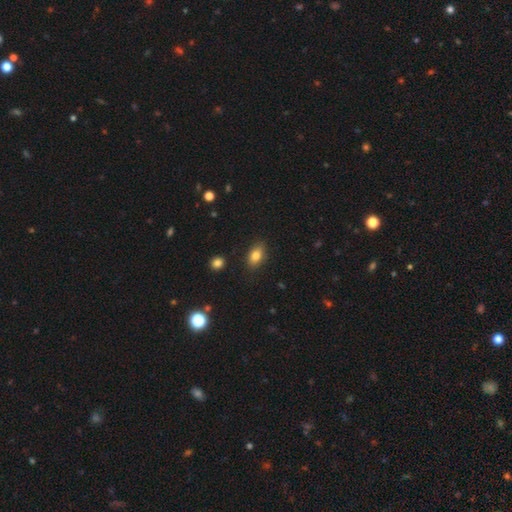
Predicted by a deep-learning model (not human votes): A smooth galaxy with no disk features (81%) that is in between round and cigar-shaped (84%). Merging: none (86%).